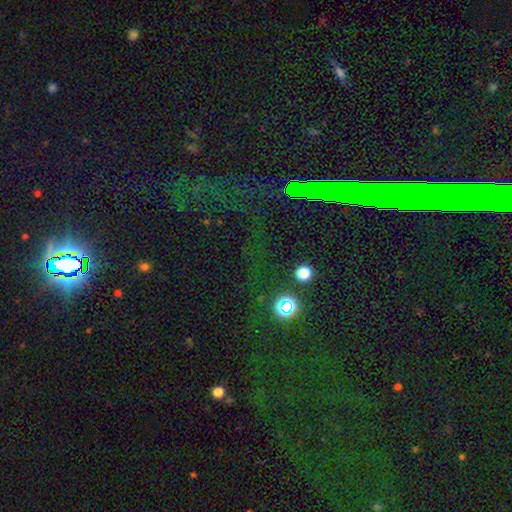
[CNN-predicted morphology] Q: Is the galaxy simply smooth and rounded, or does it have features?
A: star or artifact — 57%.